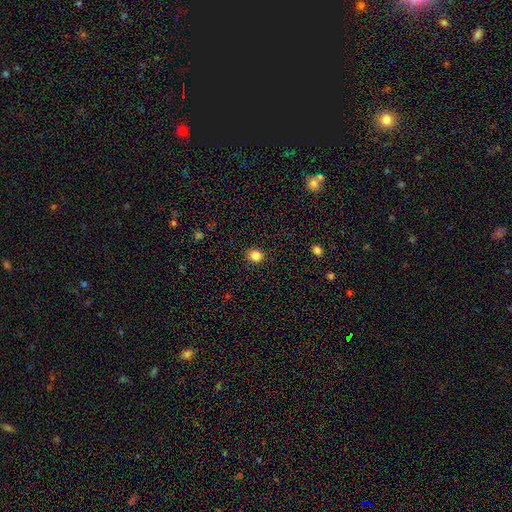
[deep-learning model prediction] This is clearly a smooth galaxy (84%). How rounded: clearly round (83%). Merging: clearly none (91%).